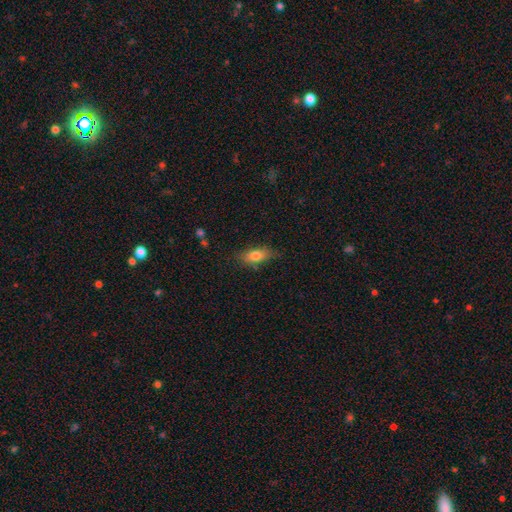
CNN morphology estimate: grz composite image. It shows a smooth galaxy with no disk features (76%) that is in between round and cigar-shaped (78%). Merging: none (75%).